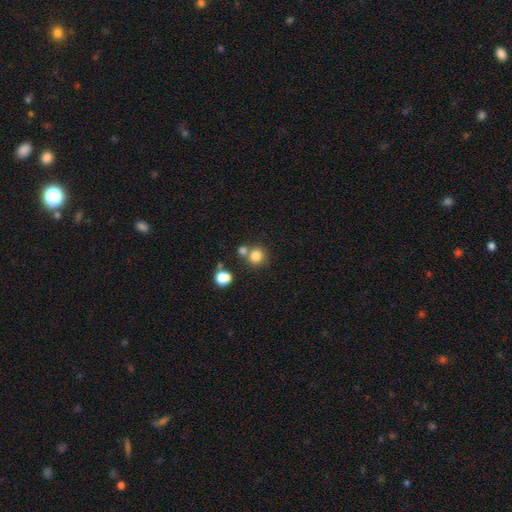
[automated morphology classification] This is clearly a smooth galaxy (81%). How rounded: clearly round (87%). Merging: likely none (61%).